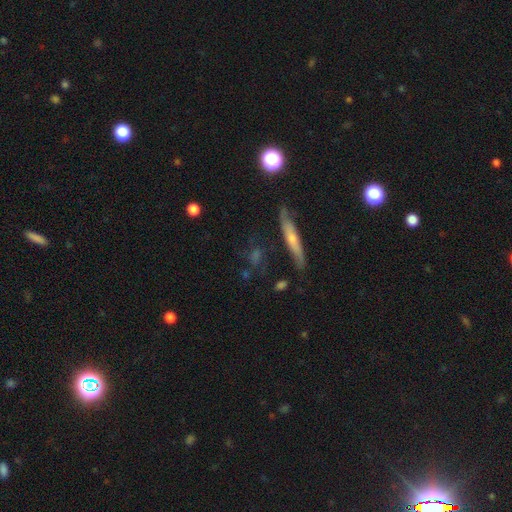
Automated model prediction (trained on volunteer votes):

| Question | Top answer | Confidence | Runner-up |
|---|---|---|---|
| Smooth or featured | featured or disk | 49% | smooth (36%) |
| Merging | none | 74% | minor disturbance (17%) |